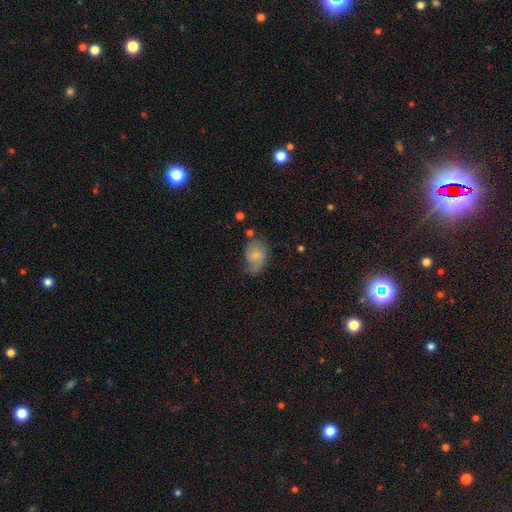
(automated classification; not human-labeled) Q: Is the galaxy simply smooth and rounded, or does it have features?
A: smooth — 58%.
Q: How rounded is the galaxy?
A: in between — 75%.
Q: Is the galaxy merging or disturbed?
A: none — 46%.